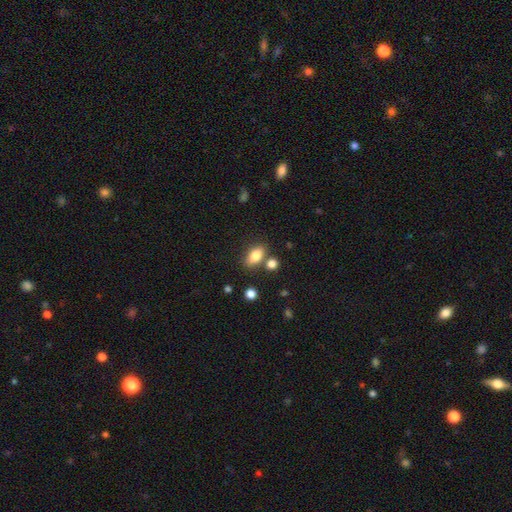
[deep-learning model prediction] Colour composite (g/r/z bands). It shows a smooth galaxy with no disk features (81%) that is in between round and cigar-shaped (84%). Merging: none (71%).